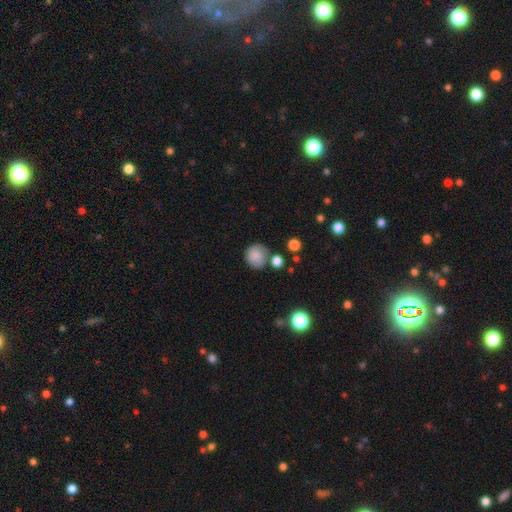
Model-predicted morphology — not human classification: smooth-or-featured: smooth: 81% | featured or disk: 11% | star or artifact: 9%
  how-rounded: round: 86% | in between: 13% | cigar-shaped: 1%
  merging: none: 64% | minor disturbance: 18% | merger: 12% | major disturbance: 6%